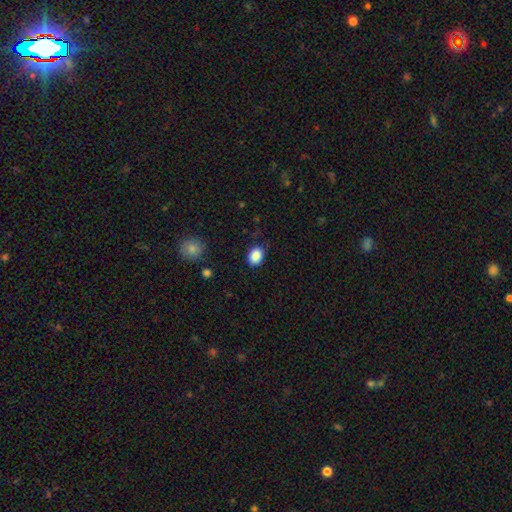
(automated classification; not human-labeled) Smooth or featured? Predicted: smooth (p=0.88). How rounded? Predicted: in between (p=0.58). Merging? Predicted: none (p=0.82).